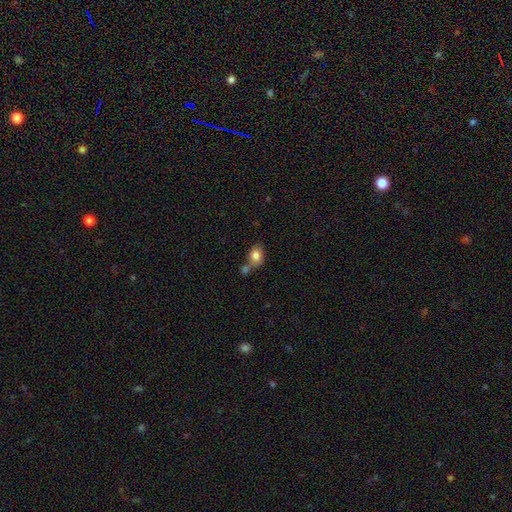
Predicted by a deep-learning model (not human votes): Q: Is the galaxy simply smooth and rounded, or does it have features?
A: smooth — 82%.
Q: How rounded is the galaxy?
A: in between — 55%.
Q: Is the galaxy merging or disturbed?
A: none — 48%.